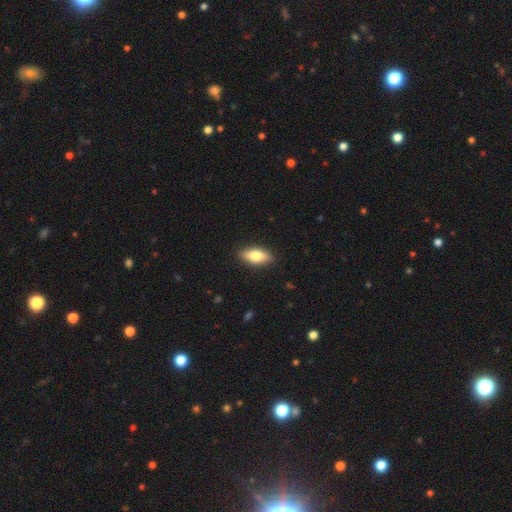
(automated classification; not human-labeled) smooth 76%, featured or disk 18%, star or artifact 6%. Down the decision tree: how rounded — in between (80%); merging — none (88%).